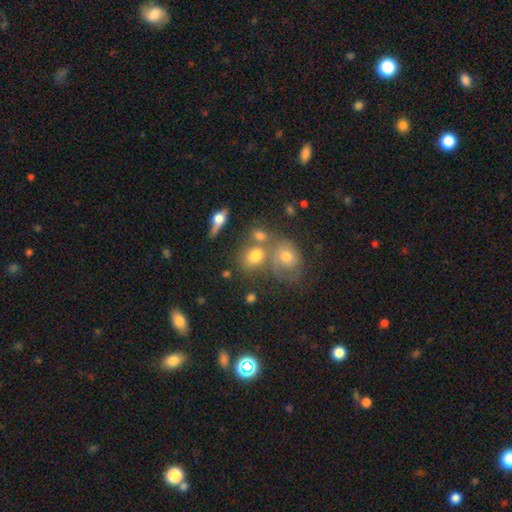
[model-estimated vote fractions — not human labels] Smooth or featured: smooth — 64% (featured or disk — 22%)
How rounded: in between — 57% (round — 41%)
Merging: none — 43% (merger — 36%)